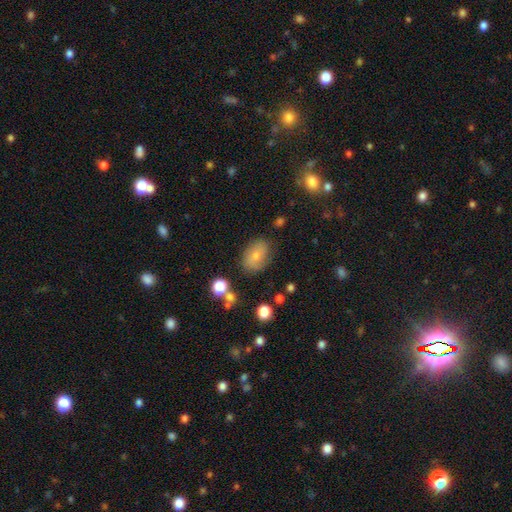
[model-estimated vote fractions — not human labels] smooth 73%, featured or disk 18%, star or artifact 9%. Down the decision tree: how rounded — in between (82%); merging — none (77%).